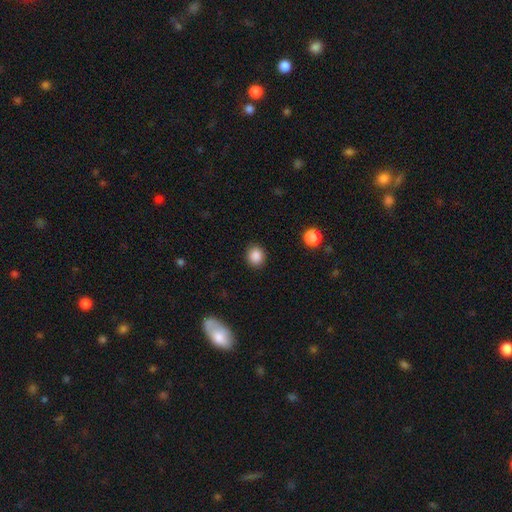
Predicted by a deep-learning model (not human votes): Q: Smooth or featured?
A: smooth (87%); runner-up: star or artifact (9%)
Q: How rounded?
A: round (80%); runner-up: in between (20%)
Q: Merging?
A: none (90%); runner-up: minor disturbance (7%)